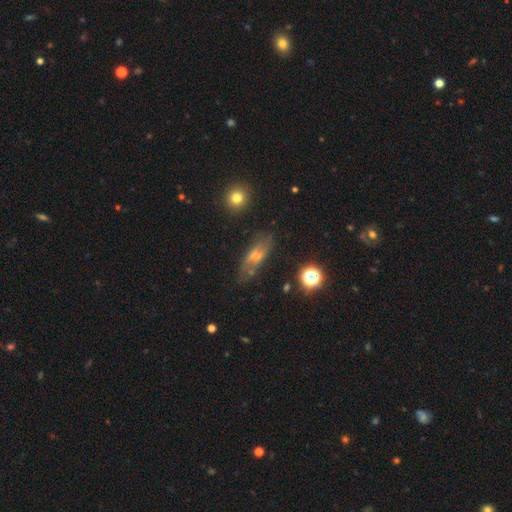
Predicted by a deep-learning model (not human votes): featured or disk 50%, smooth 37%, star or artifact 13%. Down the decision tree: merging — none (67%).